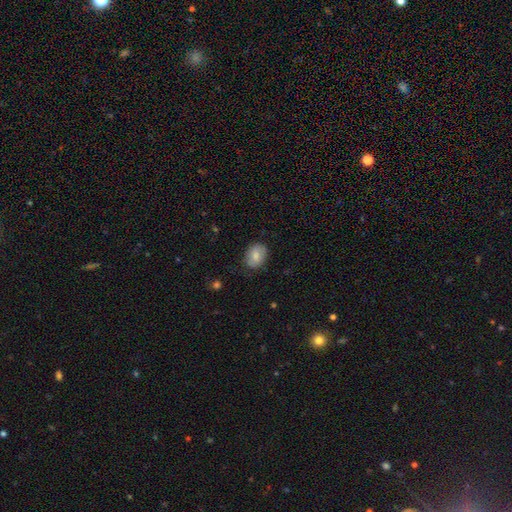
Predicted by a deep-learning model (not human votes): Morphology: type=smooth (78%); roundness=in between (67%); merging=none (79%).